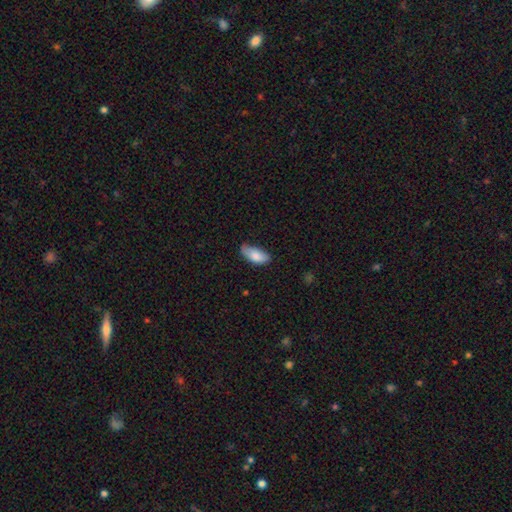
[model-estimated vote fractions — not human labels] Smooth or featured? smooth (83%)
How rounded? in between (88%)
Merging? none (59%)